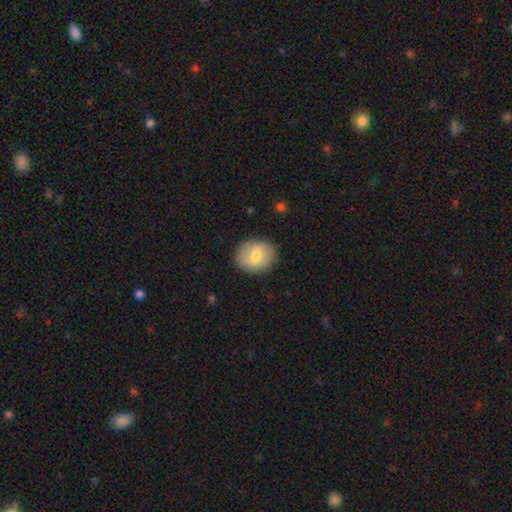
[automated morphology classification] Smooth or featured? Predicted: smooth (p=0.61). How rounded? Predicted: round (p=0.70). Merging? Predicted: none (p=0.86).